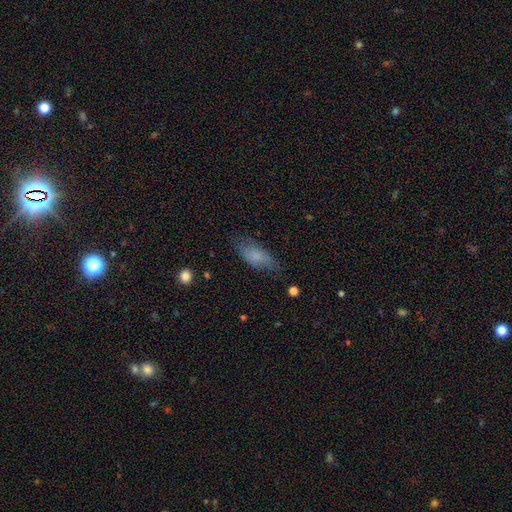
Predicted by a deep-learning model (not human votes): This appears to be a smooth galaxy with no disk features (76%) that is in between round and cigar-shaped (82%). Merging: none (69%).